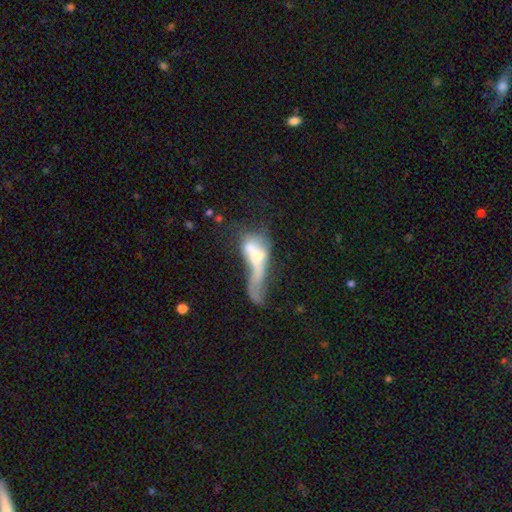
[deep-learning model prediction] Morphology: type=smooth (46%); merging=major disturbance (46%).